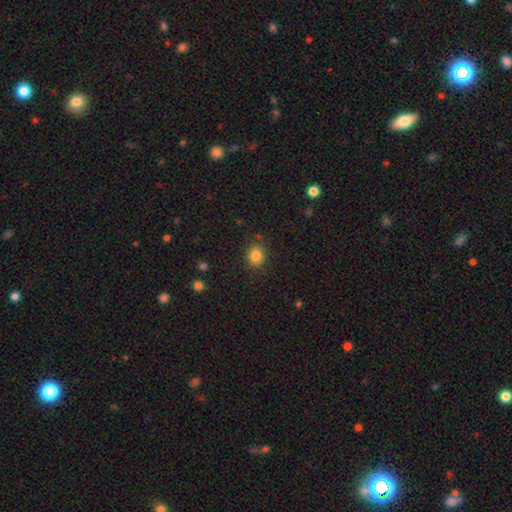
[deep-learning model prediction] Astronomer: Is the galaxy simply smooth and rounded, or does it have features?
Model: smooth — 85%.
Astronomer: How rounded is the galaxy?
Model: round — 71%.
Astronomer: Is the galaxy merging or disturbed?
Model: none — 86%.